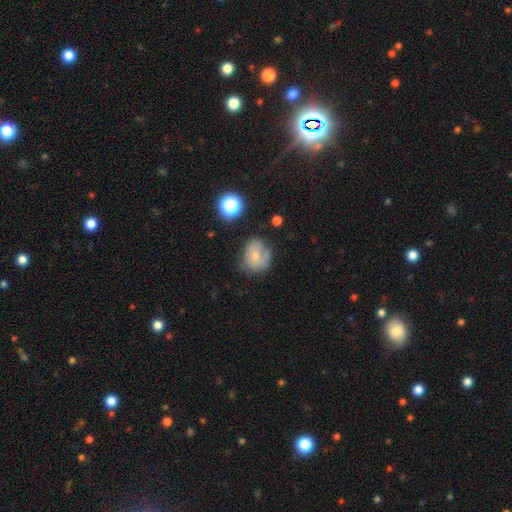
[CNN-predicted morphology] This is possibly a smooth galaxy (49%). Merging: possibly none (55%).